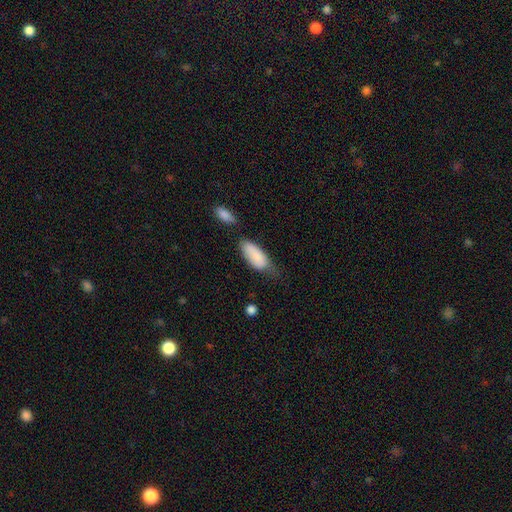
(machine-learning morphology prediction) This appears to be a smooth galaxy with no disk features (85%) that is in between round and cigar-shaped (83%). Merging: none (43%).